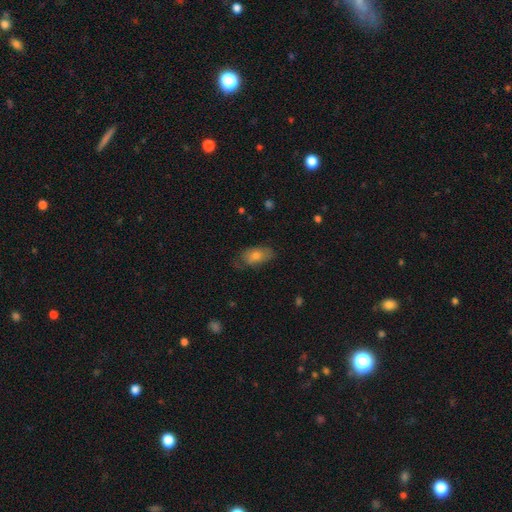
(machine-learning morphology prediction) smooth 65%, featured or disk 25%, star or artifact 9%. Down the decision tree: how rounded — in between (88%); merging — none (68%).